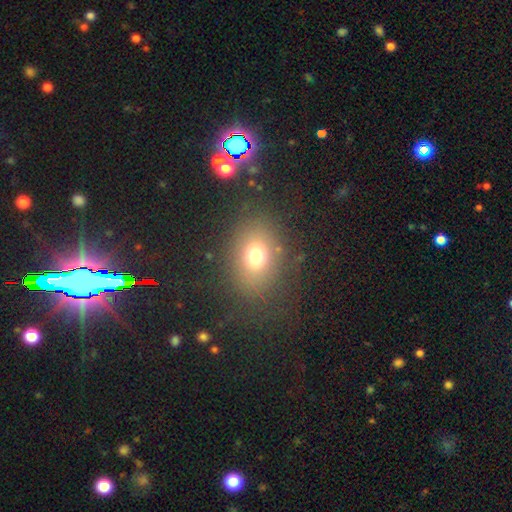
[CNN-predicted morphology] Smooth or featured? smooth (70%)
How rounded? in between (52%)
Merging? none (78%)